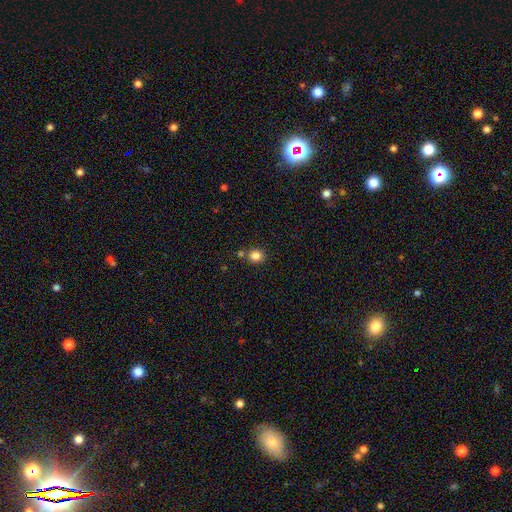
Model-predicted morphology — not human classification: This appears to be a smooth galaxy with no disk features (83%) that is round (81%). Merging: none (77%).